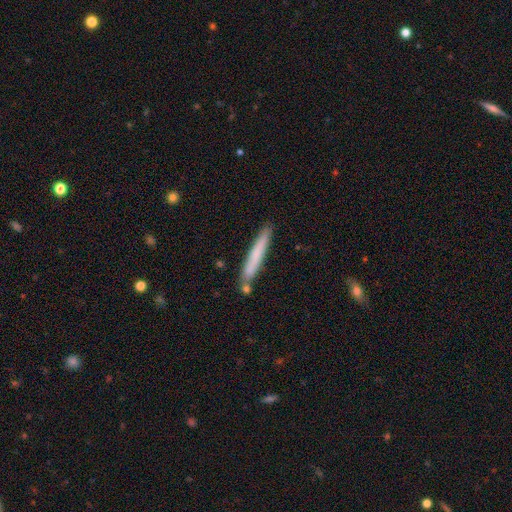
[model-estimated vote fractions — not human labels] smooth 70%, featured or disk 24%, star or artifact 6%. Down the decision tree: how rounded — cigar-shaped (96%); merging — none (81%).